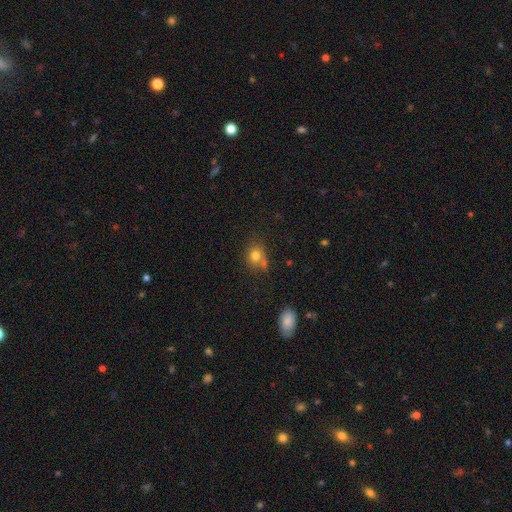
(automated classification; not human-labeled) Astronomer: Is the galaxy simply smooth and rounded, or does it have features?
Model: smooth — 78%.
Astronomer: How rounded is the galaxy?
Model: round — 62%.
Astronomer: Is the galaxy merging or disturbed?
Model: none — 56%.